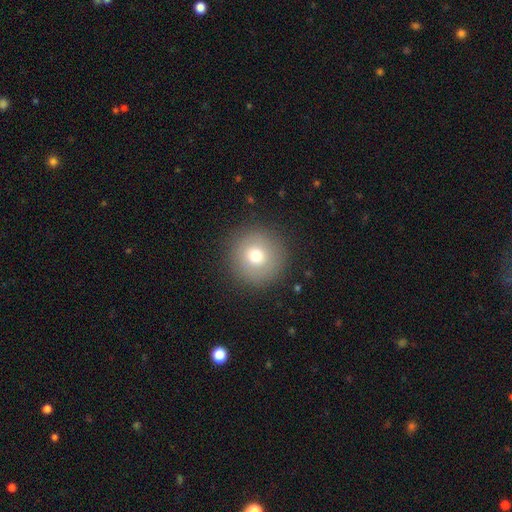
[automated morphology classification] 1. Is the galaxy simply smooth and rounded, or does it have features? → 74% smooth, 14% featured or disk, 12% star or artifact.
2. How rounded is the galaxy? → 96% round, 3% in between, 1% cigar-shaped.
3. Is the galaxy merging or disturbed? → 89% none, 7% minor disturbance, 3% major disturbance, 1% merger.